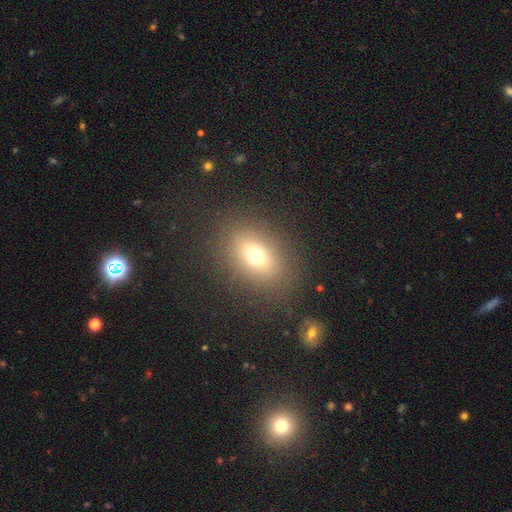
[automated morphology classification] The model was most divided on "how rounded": in between: 68%, round: 30%, cigar-shaped: 2%. More confident: merging — none (85%); smooth or featured — smooth (70%).